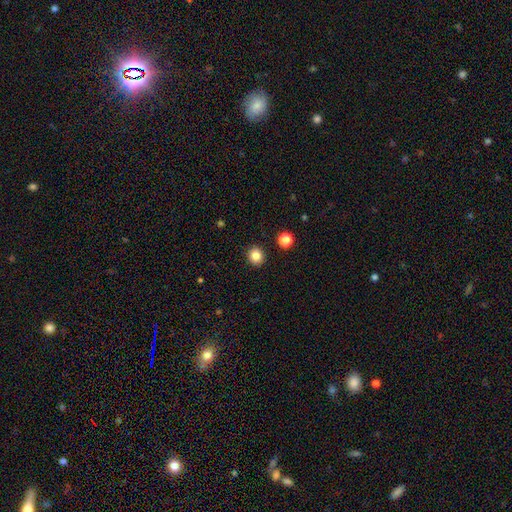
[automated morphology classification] Q: Smooth or featured?
A: smooth (84%); runner-up: star or artifact (11%)
Q: How rounded?
A: round (84%); runner-up: in between (15%)
Q: Merging?
A: none (91%); runner-up: minor disturbance (5%)